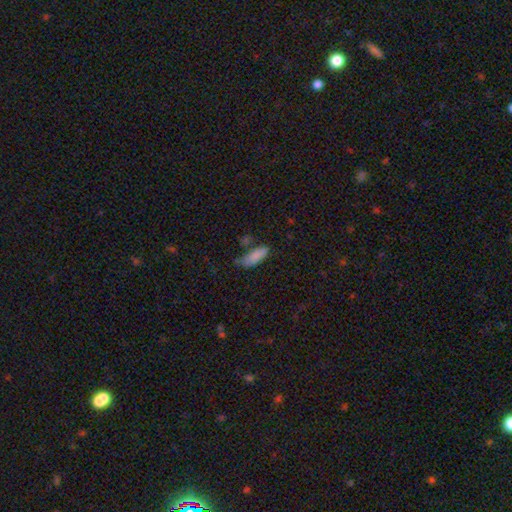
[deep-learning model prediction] This appears to be a smooth galaxy with no disk features (83%) that is in between round and cigar-shaped (66%). Merging: none (50%).